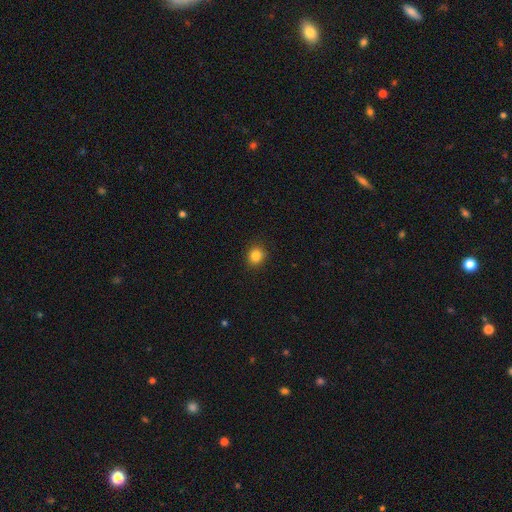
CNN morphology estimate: Smooth or featured? smooth (84%)
How rounded? round (81%)
Merging? none (90%)